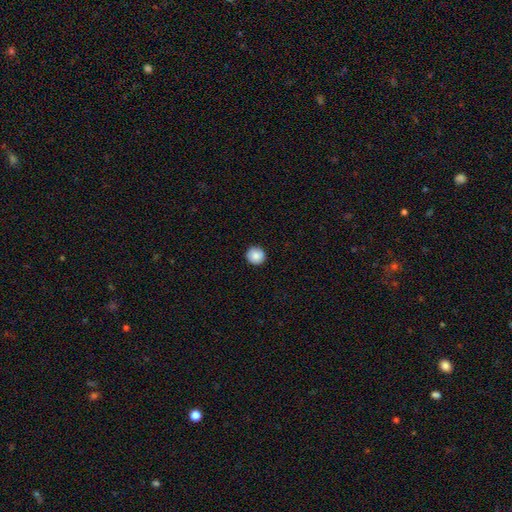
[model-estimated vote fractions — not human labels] The model was most divided on "smooth or featured": smooth: 87%, star or artifact: 9%, featured or disk: 5%. More confident: how rounded — round (95%); merging — none (92%).